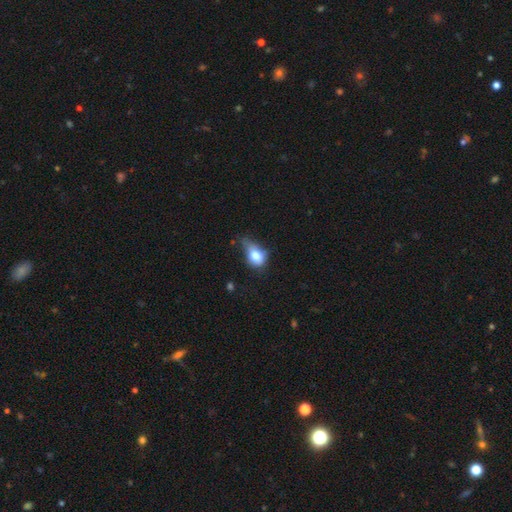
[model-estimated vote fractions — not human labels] Morphology: type=smooth (75%); roundness=in between (73%); merging=minor disturbance (42%).